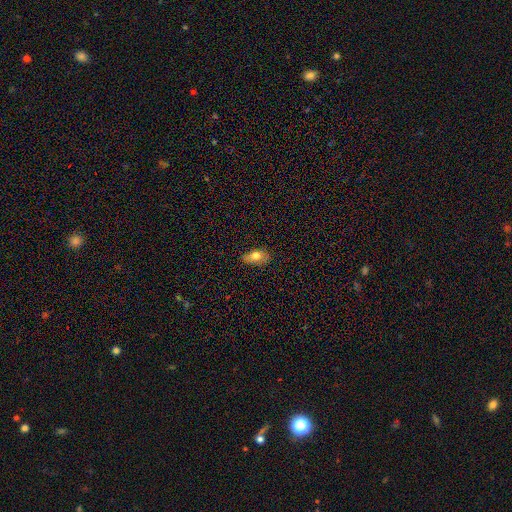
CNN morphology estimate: The model was most divided on "merging": none: 58%, minor disturbance: 31%, major disturbance: 9%, merger: 2%. More confident: how rounded — in between (83%); smooth or featured — smooth (75%).